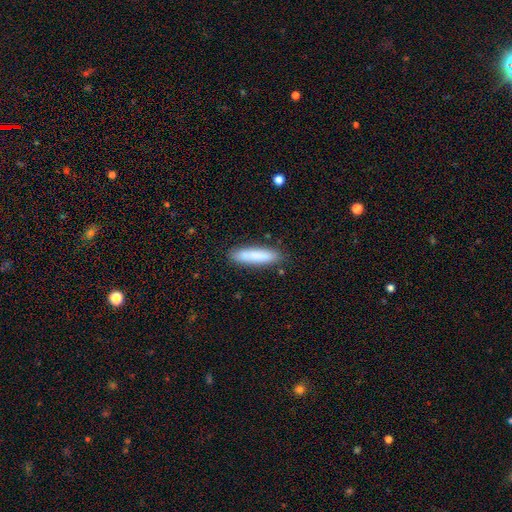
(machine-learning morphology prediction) Smooth or featured?
  - smooth: 84% *
  - featured or disk: 10%
  - star or artifact: 6%
How rounded?
  - cigar-shaped: 76% *
  - in between: 23%
  - round: 1%
Merging?
  - none: 85% *
  - minor disturbance: 11%
  - major disturbance: 2%
  - merger: 2%